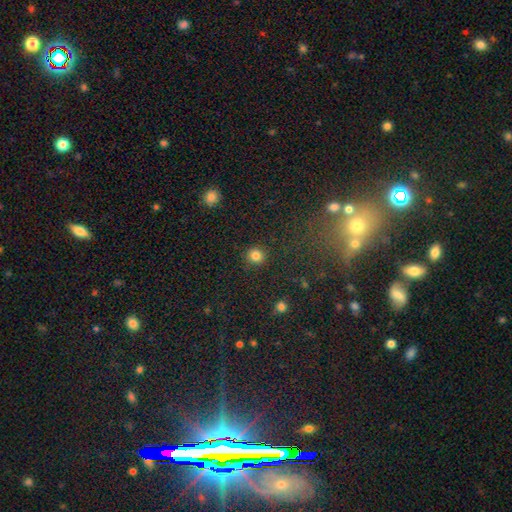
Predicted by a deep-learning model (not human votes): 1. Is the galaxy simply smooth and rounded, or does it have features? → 83% smooth, 12% star or artifact, 5% featured or disk.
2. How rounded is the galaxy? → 92% round, 7% in between, 1% cigar-shaped.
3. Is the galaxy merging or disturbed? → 90% none, 6% minor disturbance, 2% major disturbance, 1% merger.